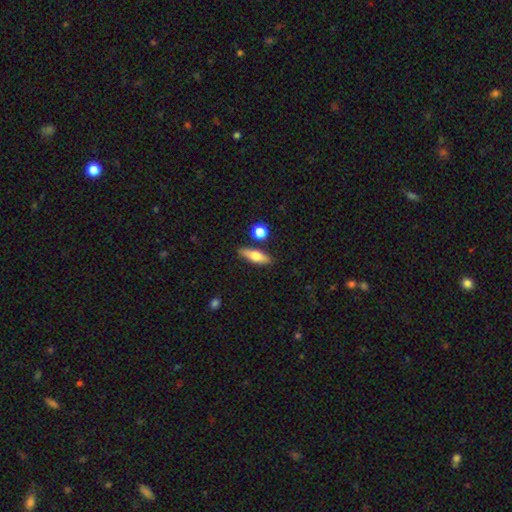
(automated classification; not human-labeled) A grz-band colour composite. It shows a smooth galaxy with no disk features (66%) that is cigar-shaped (51%). Merging: none (81%).